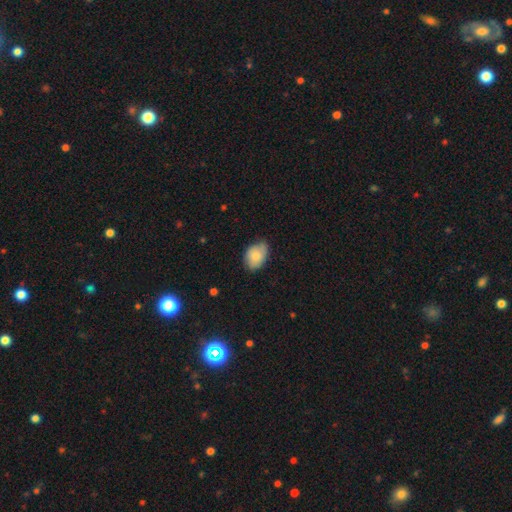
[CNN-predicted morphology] This is clearly a smooth galaxy (81%). How rounded: clearly in between (81%). Merging: likely none (67%).